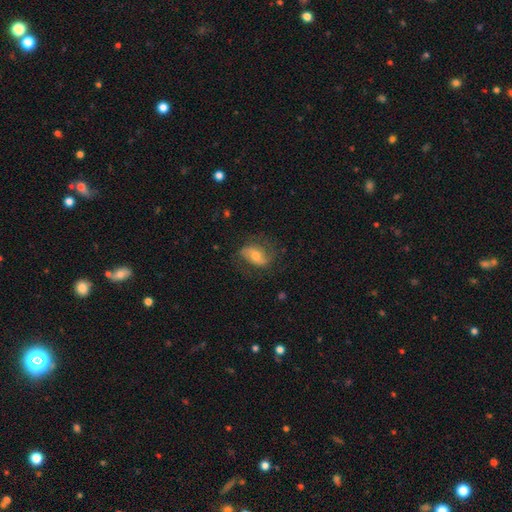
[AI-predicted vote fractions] Smooth or featured? featured or disk (65%)
Edge-on disk? no (95%)
Bar? no (42%)
Spiral arms? yes (88%)
Spiral winding? medium (42%)
Spiral arm count? 2 (83%)
Bulge size? moderate (58%)
Merging? none (68%)